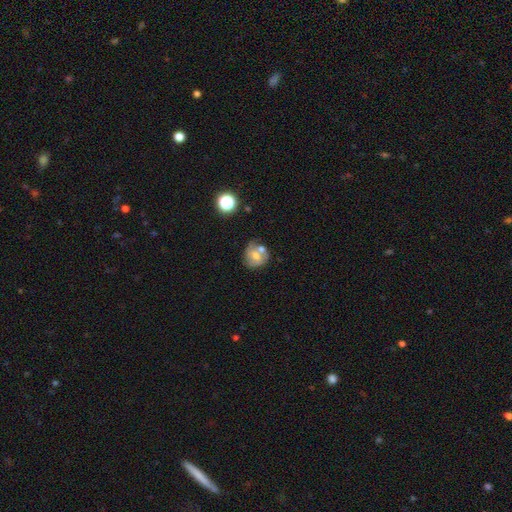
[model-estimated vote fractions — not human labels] The model was most divided on "merging": none: 43%, merger: 34%, minor disturbance: 16%, major disturbance: 7%. More confident: how rounded — round (74%); smooth or featured — smooth (53%).